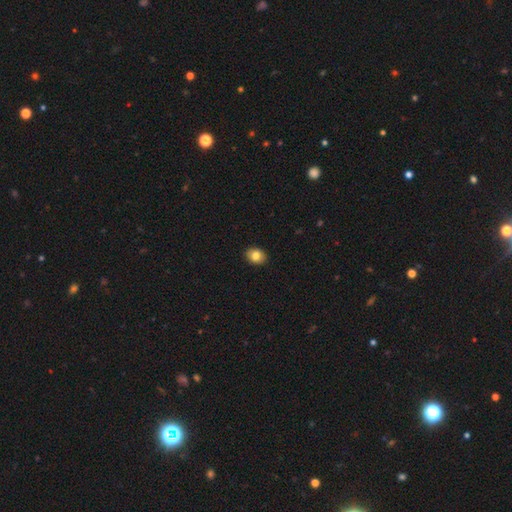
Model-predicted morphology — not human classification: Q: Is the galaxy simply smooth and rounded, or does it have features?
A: smooth — 82%.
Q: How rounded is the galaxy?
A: in between — 62%.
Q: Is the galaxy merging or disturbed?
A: none — 90%.